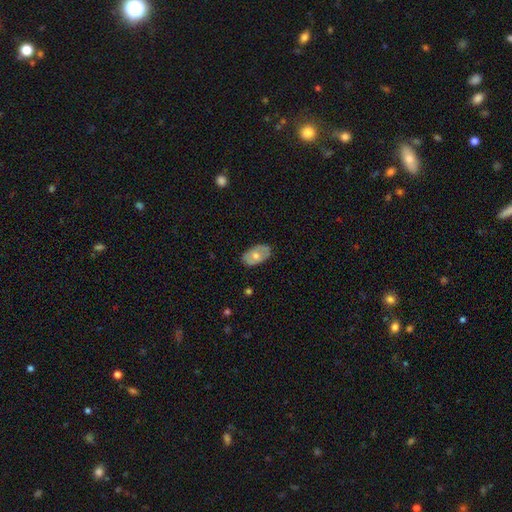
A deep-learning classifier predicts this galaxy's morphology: smooth_or_featured: smooth (p=0.60) [alt: featured or disk p=0.33]
how_rounded: in between (p=0.91) [alt: round p=0.07]
merging: none (p=0.81) [alt: minor disturbance p=0.15]